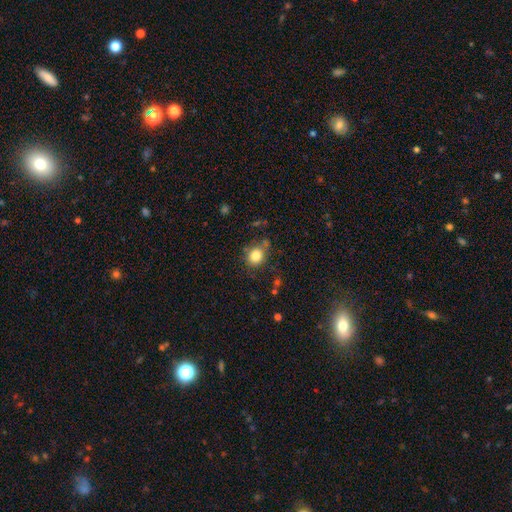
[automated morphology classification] type=smooth (83%); roundness=round (69%); merging=none (72%).